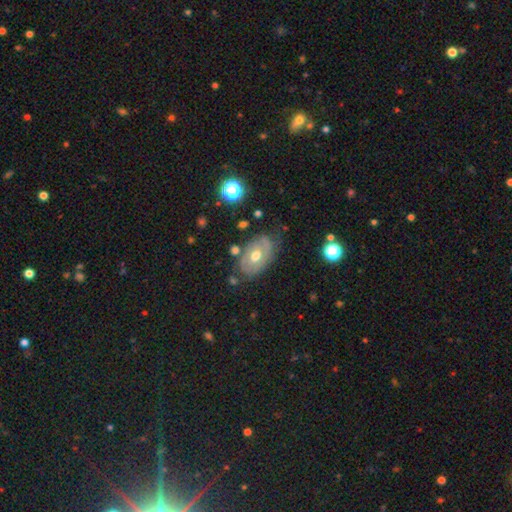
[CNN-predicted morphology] A featured or disk galaxy (65%) with no bar (70%), spiral arms (60%) and a moderate central bulge (78%).

Vote fractions:
- Smooth or featured? featured or disk: 65% / smooth: 27% / star or artifact: 8%
- Edge-on disk? no: 93% / yes: 7%
- Bar? no: 70% / weak: 24% / strong: 6%
- Spiral arms? yes: 60% / no: 40%
- Bulge size? moderate: 78% / small: 13% / large: 6% / none: 1% / dominant: 1%
- Merging? none: 67% / minor disturbance: 22% / major disturbance: 8% / merger: 4%